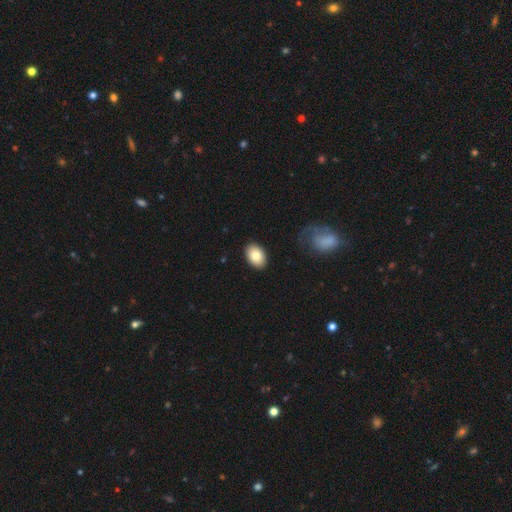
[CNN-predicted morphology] A smooth galaxy with no disk features (82%) that is in between round and cigar-shaped (86%).

Vote fractions:
- Smooth or featured? smooth: 82% / featured or disk: 11% / star or artifact: 7%
- How rounded? in between: 86% / round: 12% / cigar-shaped: 1%
- Merging? none: 88% / minor disturbance: 8% / major disturbance: 2% / merger: 1%